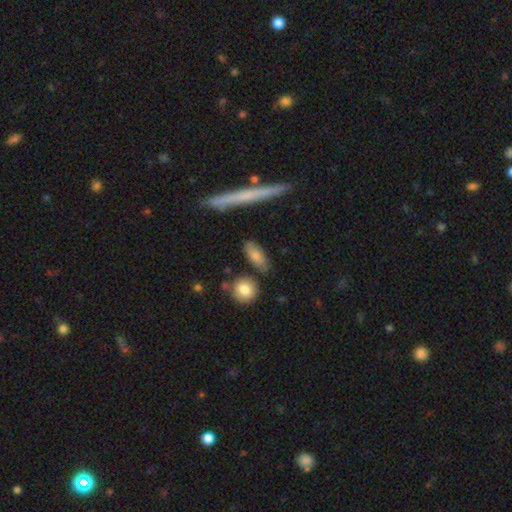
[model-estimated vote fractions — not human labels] Smooth or featured: smooth — 78% (featured or disk — 15%)
How rounded: in between — 71% (cigar-shaped — 21%)
Merging: none — 78% (minor disturbance — 13%)